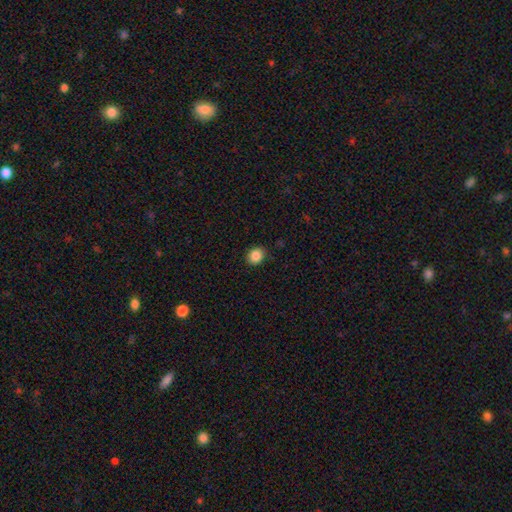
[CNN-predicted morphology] Smooth or featured? Predicted: smooth (p=0.86). How rounded? Predicted: round (p=0.67). Merging? Predicted: none (p=0.89).